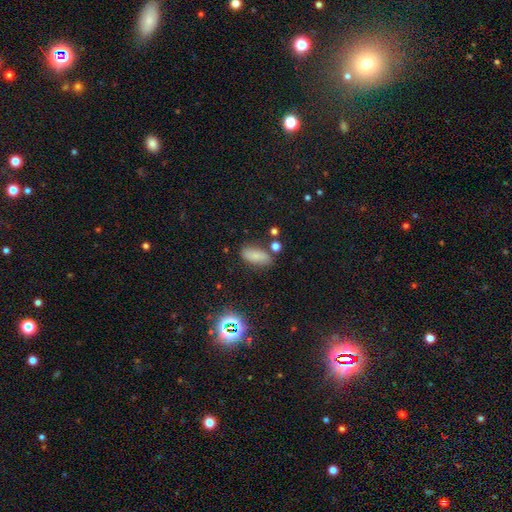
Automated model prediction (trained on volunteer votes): Smooth or featured?
  - smooth: 76% *
  - star or artifact: 13%
  - featured or disk: 11%
How rounded?
  - in between: 86% *
  - cigar-shaped: 9%
  - round: 4%
Merging?
  - none: 73% *
  - minor disturbance: 17%
  - merger: 6%
  - major disturbance: 5%